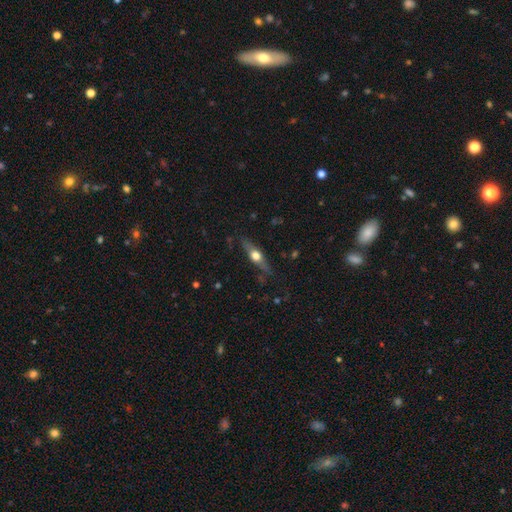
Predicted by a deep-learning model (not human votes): The model was most divided on "smooth or featured": featured or disk: 58%, smooth: 36%, star or artifact: 6%. More confident: edge-on bulge — rounded (95%); edge-on disk — yes (92%); merging — none (81%).